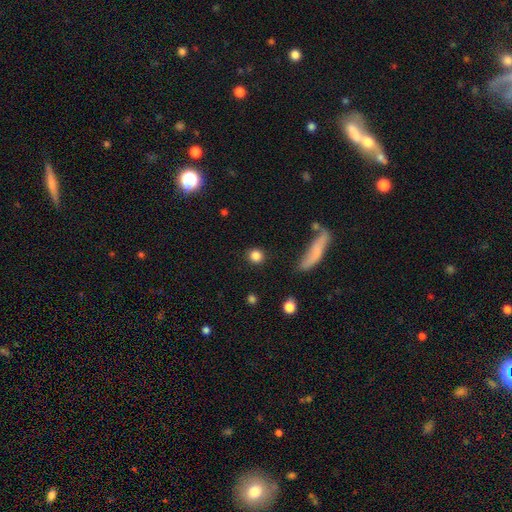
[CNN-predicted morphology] smooth-or-featured: smooth: 85% | star or artifact: 10% | featured or disk: 5%
  how-rounded: round: 86% | in between: 11% | cigar-shaped: 3%
  merging: none: 88% | minor disturbance: 7% | major disturbance: 3% | merger: 3%